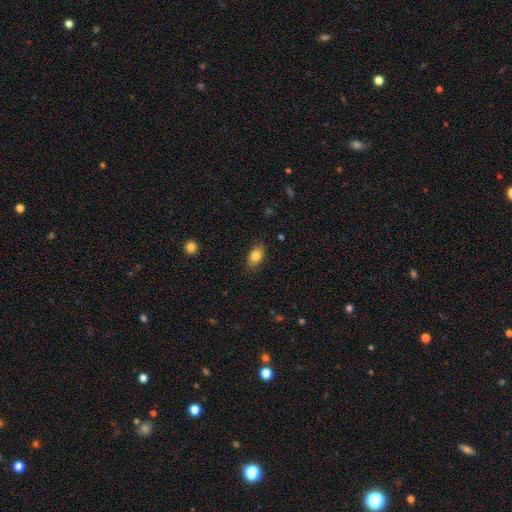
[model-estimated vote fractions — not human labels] Smooth or featured? smooth (81%)
How rounded? in between (87%)
Merging? none (86%)